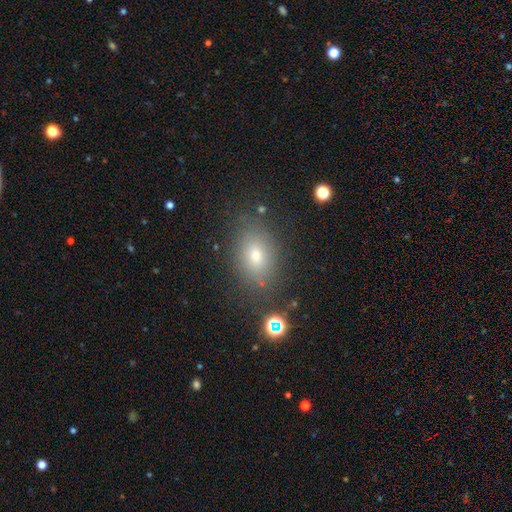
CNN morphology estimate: smooth 70%, star or artifact 15%, featured or disk 14%. Down the decision tree: how rounded — in between (79%); merging — none (80%).